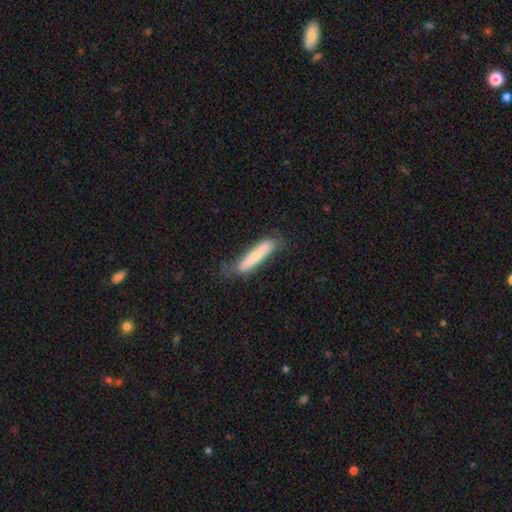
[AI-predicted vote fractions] This is likely a smooth galaxy (73%). How rounded: clearly cigar-shaped (91%). Merging: likely none (71%).